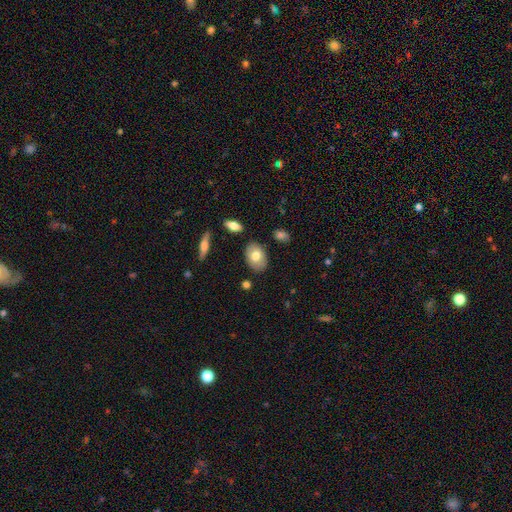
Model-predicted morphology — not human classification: smooth_or_featured: smooth (p=0.71) [alt: featured or disk p=0.23]
how_rounded: in between (p=0.87) [alt: round p=0.12]
merging: none (p=0.83) [alt: minor disturbance p=0.11]